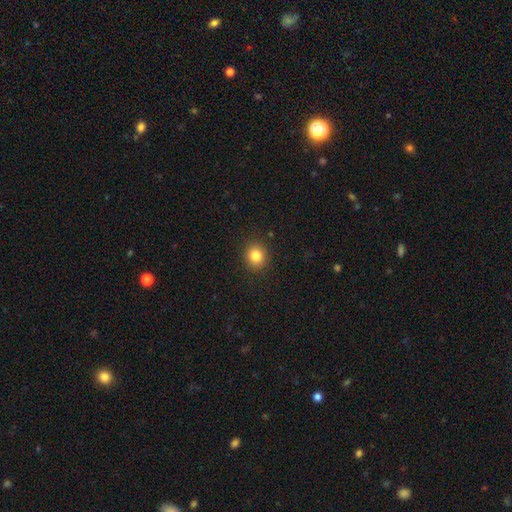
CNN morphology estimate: type=smooth (84%); roundness=round (81%); merging=none (90%).